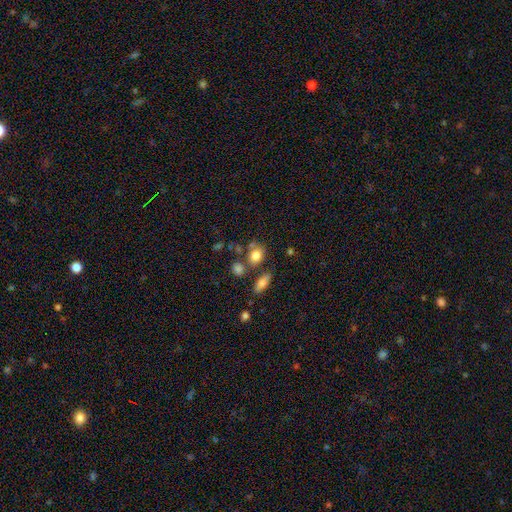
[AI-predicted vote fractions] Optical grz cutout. It shows a smooth galaxy with no disk features (80%) that is in between round and cigar-shaped (50%). Merging: none (58%).